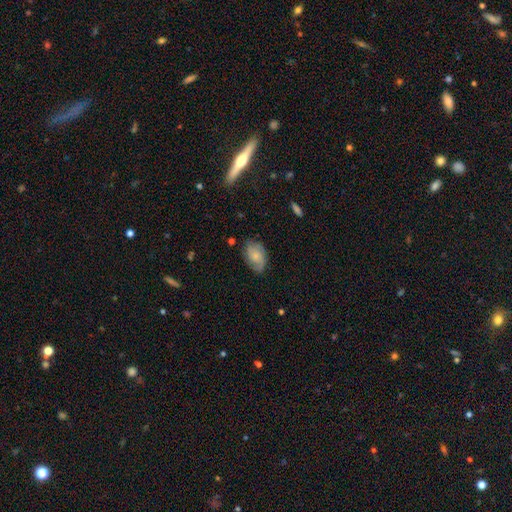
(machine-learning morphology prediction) This is possibly a smooth galaxy (47%). Merging: likely none (74%).